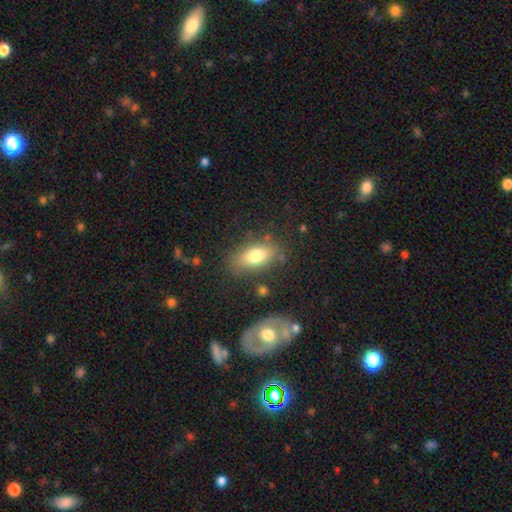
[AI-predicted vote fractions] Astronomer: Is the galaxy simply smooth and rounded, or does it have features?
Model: smooth — 75%.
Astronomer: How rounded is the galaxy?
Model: in between — 82%.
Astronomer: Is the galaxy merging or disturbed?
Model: none — 79%.